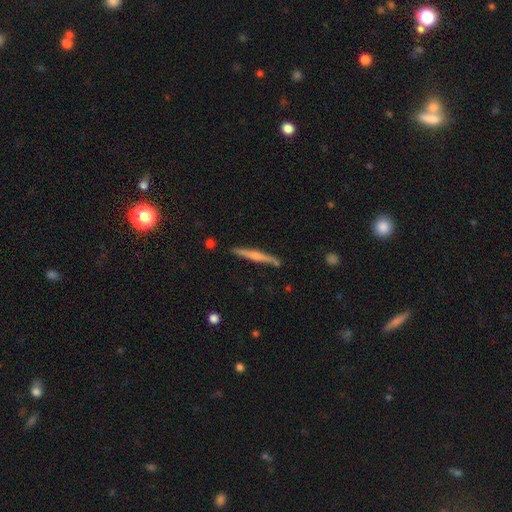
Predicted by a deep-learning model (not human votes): The model was most divided on "smooth or featured": featured or disk: 61%, smooth: 33%, star or artifact: 6%. More confident: edge-on disk — yes (98%); merging — none (87%); edge-on bulge — rounded (65%).